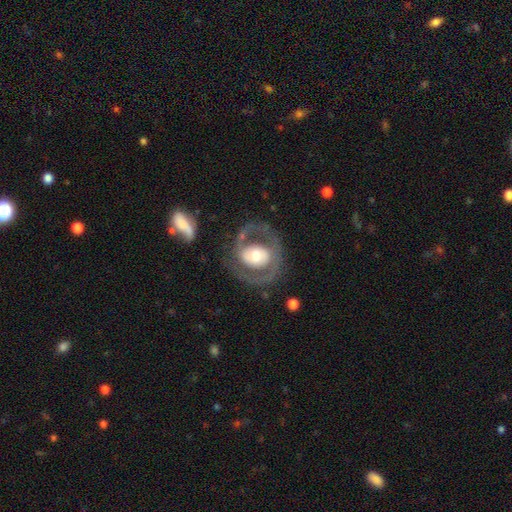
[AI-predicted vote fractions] This is likely a featured or disk galaxy (72%). It is clearly not viewed edge-on (96%). Bar: possibly no (57%). Spiral arm pattern: likely yes (60%). Central bulge: possibly moderate (58%). Merging: likely none (71%).